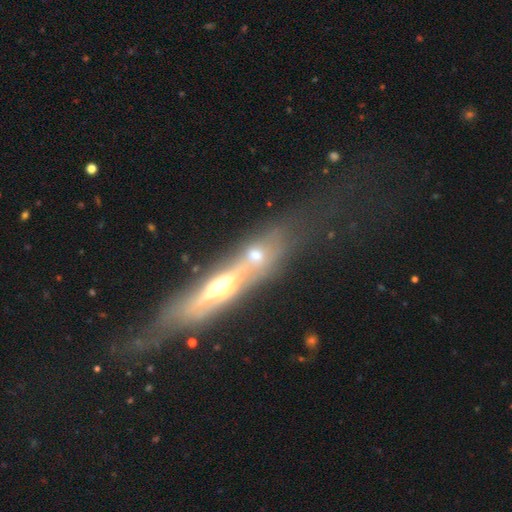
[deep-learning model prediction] smooth-or-featured: featured or disk: 61% | smooth: 27% | star or artifact: 12%
  disk-edge-on: yes: 72% | no: 28%
  merging: merger: 44% | none: 34% | minor disturbance: 12% | major disturbance: 10%